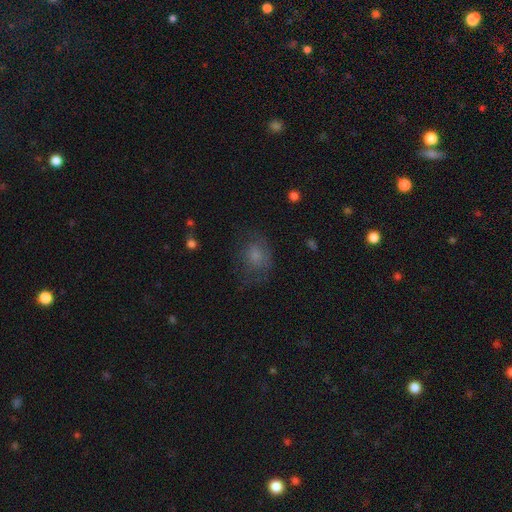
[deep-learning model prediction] A smooth galaxy with no disk features (65%) that is round (50%). Merging: none (53%).